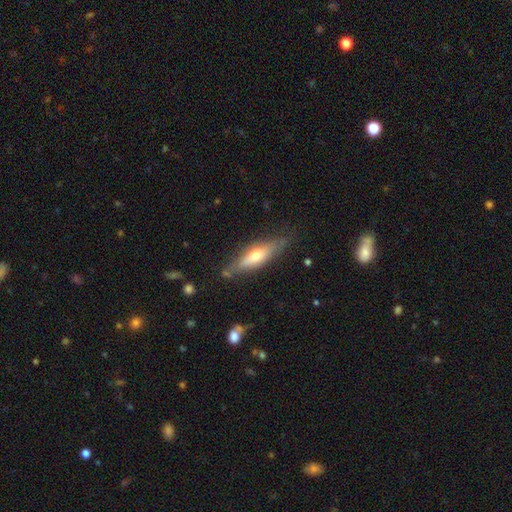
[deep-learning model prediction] A featured or disk galaxy (51%) viewed edge-on (86%).

Vote fractions:
- Smooth or featured? featured or disk: 51% / smooth: 43% / star or artifact: 6%
- Edge-on disk? yes: 86% / no: 14%
- Merging? none: 77% / minor disturbance: 16% / major disturbance: 4% / merger: 3%